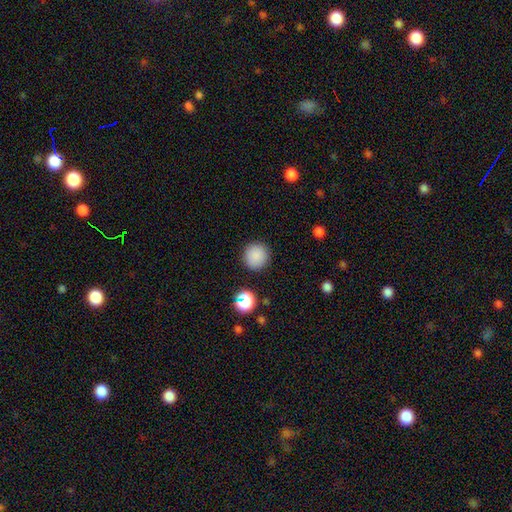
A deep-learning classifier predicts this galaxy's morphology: smooth-or-featured: smooth: 85% | star or artifact: 11% | featured or disk: 4%
  how-rounded: round: 94% | in between: 5% | cigar-shaped: 1%
  merging: none: 90% | minor disturbance: 6% | major disturbance: 2% | merger: 2%